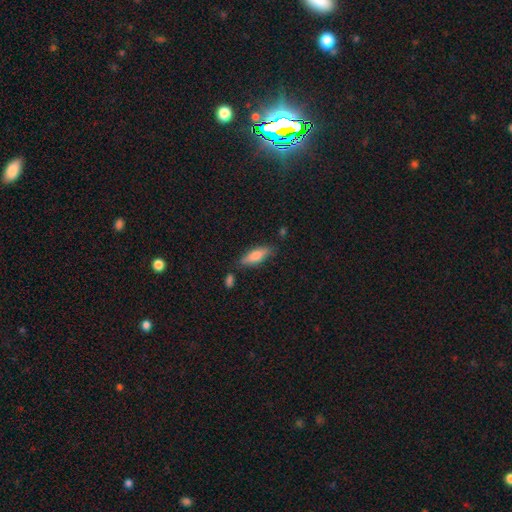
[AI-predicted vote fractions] smooth 72%, featured or disk 21%, star or artifact 7%. Down the decision tree: how rounded — in between (55%); merging — none (77%).